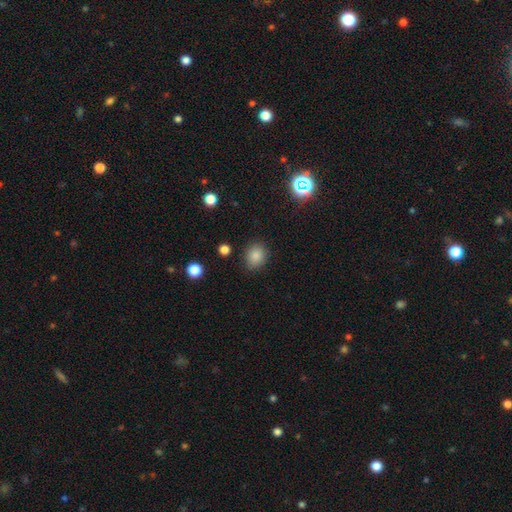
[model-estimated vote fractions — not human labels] Smooth or featured? Predicted: smooth (p=0.85). How rounded? Predicted: round (p=0.65). Merging? Predicted: none (p=0.84).